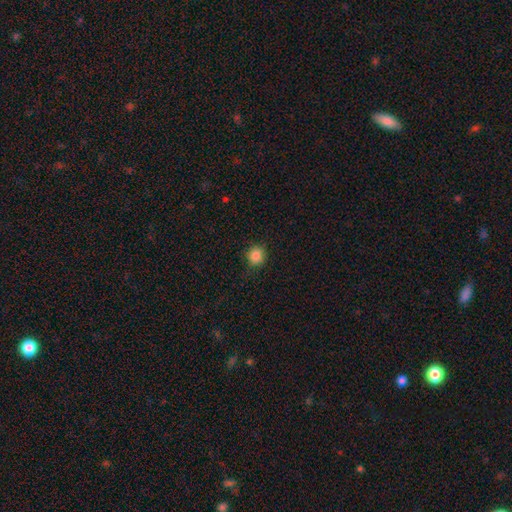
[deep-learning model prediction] Q: Smooth or featured?
A: smooth (85%); runner-up: star or artifact (11%)
Q: How rounded?
A: round (87%); runner-up: in between (12%)
Q: Merging?
A: none (86%); runner-up: minor disturbance (11%)